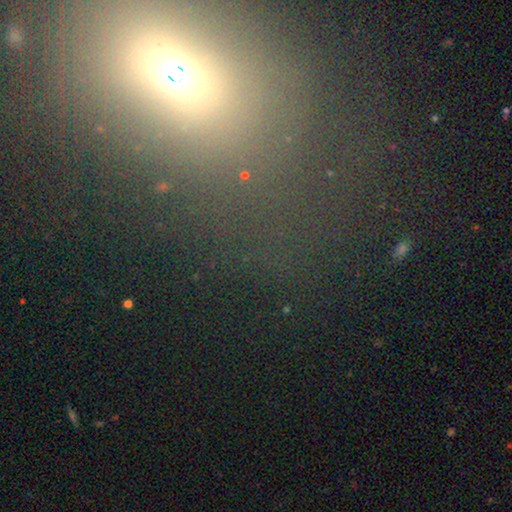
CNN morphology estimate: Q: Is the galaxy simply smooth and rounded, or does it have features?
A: star or artifact — 46%.